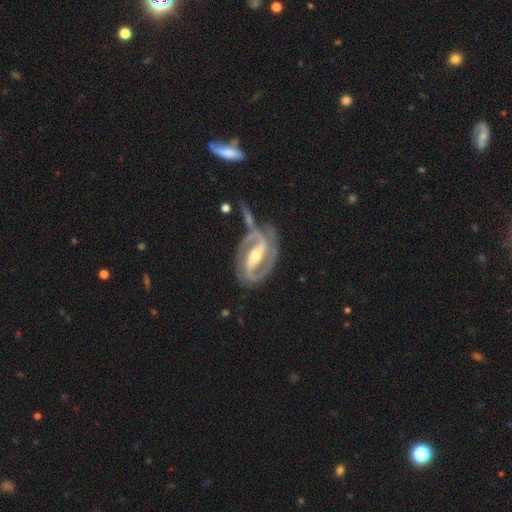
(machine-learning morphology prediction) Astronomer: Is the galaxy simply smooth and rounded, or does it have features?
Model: featured or disk — 93%.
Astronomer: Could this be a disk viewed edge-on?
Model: no — 97%.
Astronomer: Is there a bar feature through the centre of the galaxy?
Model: strong — 67%.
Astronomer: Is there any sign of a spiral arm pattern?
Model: yes — 97%.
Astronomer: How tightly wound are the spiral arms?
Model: medium — 48% (runner-up: tight, 42%).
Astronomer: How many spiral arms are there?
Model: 2 — 92%.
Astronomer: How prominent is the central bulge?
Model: moderate — 58% (runner-up: small, 38%).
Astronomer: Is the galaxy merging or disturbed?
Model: none — 60%.